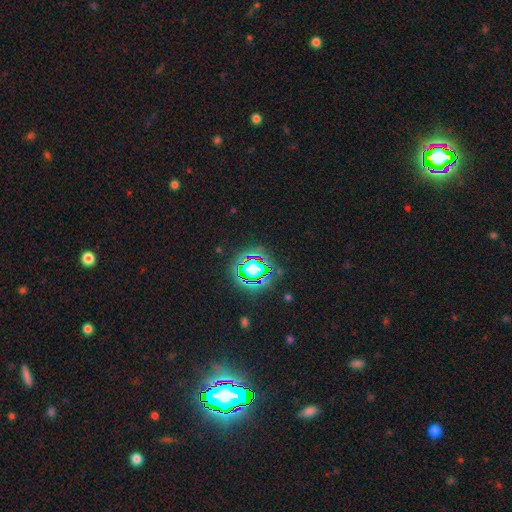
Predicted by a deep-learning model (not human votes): star or artifact 82%, smooth 11%, featured or disk 7%.